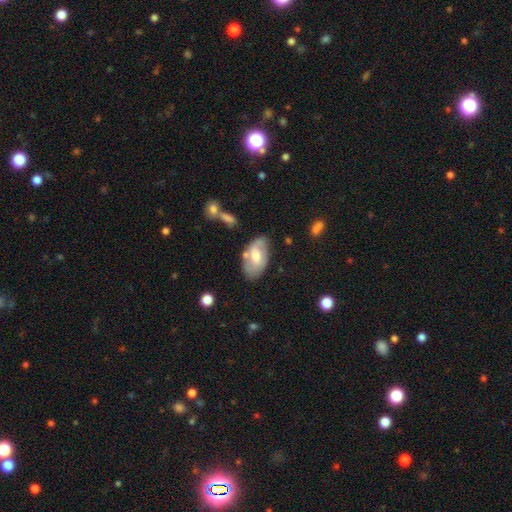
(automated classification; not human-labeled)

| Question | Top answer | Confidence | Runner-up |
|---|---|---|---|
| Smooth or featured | featured or disk | 49% | smooth (45%) |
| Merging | none | 63% | minor disturbance (23%) |